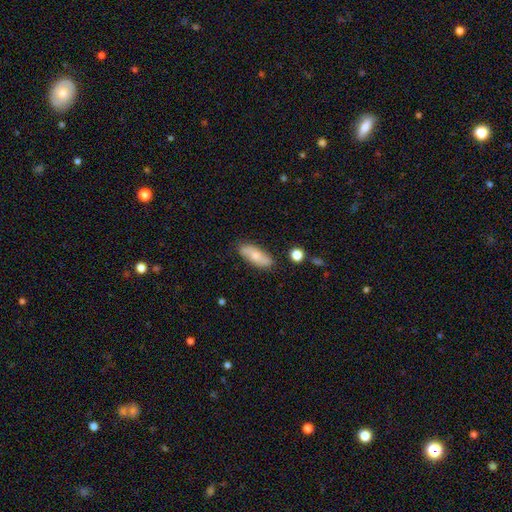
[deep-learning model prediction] smooth-or-featured: smooth: 63% | featured or disk: 31% | star or artifact: 6%
  how-rounded: in between: 74% | cigar-shaped: 23% | round: 3%
  merging: none: 81% | minor disturbance: 14% | major disturbance: 3% | merger: 2%